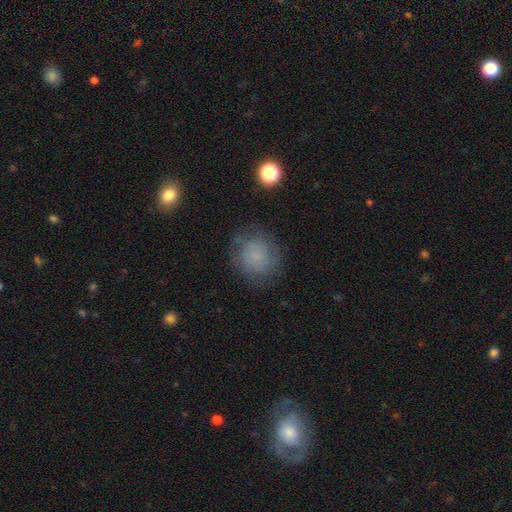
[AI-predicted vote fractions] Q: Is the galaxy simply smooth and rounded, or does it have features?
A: smooth — 66%.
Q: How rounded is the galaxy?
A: round — 84%.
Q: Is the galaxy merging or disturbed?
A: none — 73%.